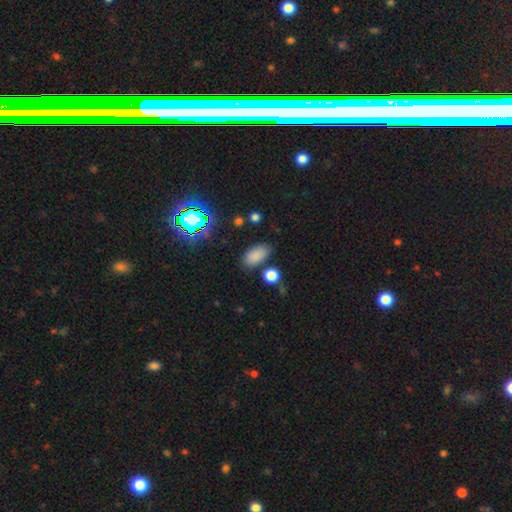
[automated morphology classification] A smooth galaxy with no disk features (80%) that is in between round and cigar-shaped (91%).

Vote fractions:
- Smooth or featured? smooth: 80% / star or artifact: 14% / featured or disk: 5%
- How rounded? in between: 91% / round: 6% / cigar-shaped: 3%
- Merging? none: 79% / minor disturbance: 12% / merger: 6% / major disturbance: 4%